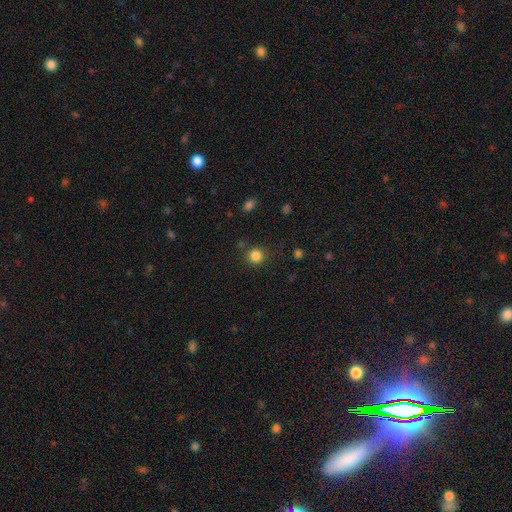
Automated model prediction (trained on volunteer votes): Q: Smooth or featured?
A: smooth (84%); runner-up: star or artifact (12%)
Q: How rounded?
A: round (91%); runner-up: in between (8%)
Q: Merging?
A: none (85%); runner-up: minor disturbance (9%)